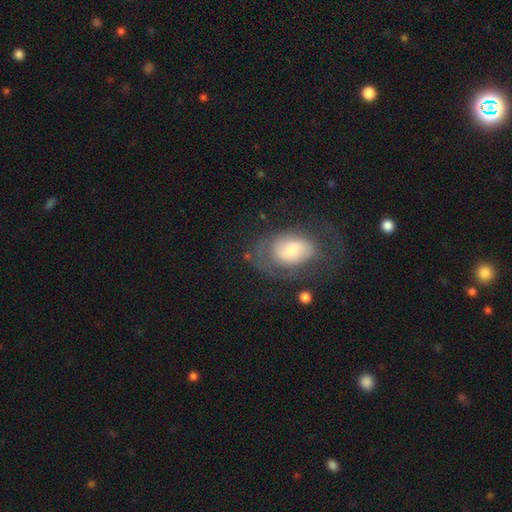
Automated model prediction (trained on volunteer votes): Smooth or featured? Predicted: featured or disk (p=0.59). Edge-on disk? Predicted: no (p=0.95). Bar? Predicted: no (p=0.71). Spiral arms? Predicted: yes (p=0.70). Bulge size? Predicted: moderate (p=0.37). Merging? Predicted: none (p=0.69).